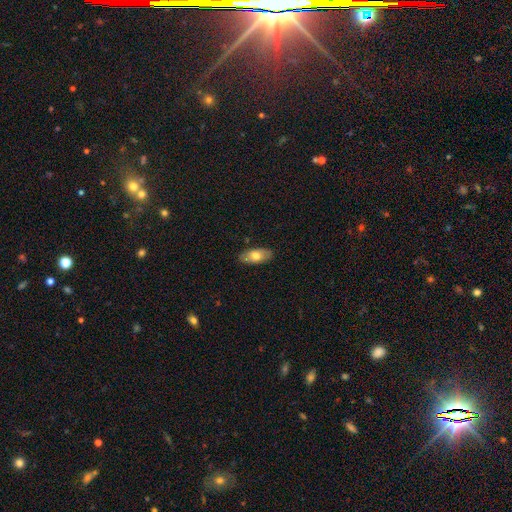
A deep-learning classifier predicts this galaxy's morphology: A smooth galaxy with no disk features (68%) that is in between round and cigar-shaped (90%).

Vote fractions:
- Smooth or featured? smooth: 68% / featured or disk: 26% / star or artifact: 6%
- How rounded? in between: 90% / cigar-shaped: 7% / round: 3%
- Merging? none: 87% / minor disturbance: 10% / major disturbance: 2% / merger: 1%